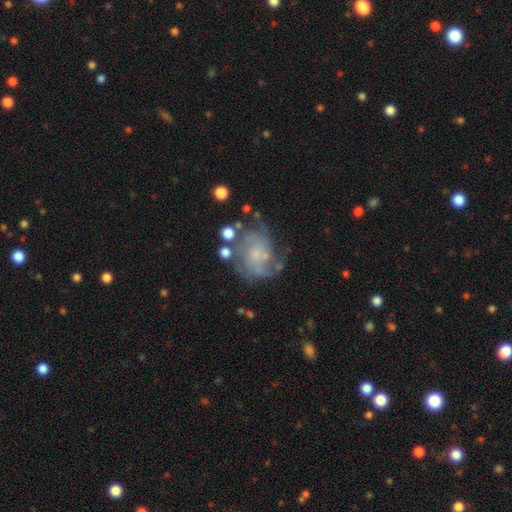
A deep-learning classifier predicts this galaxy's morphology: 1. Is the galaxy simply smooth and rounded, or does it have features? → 73% featured or disk, 17% smooth, 10% star or artifact.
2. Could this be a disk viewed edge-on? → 98% no, 2% yes.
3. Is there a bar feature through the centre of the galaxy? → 73% no, 24% weak, 4% strong.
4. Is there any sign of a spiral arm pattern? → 85% yes, 15% no.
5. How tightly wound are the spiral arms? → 42% medium, 39% tight, 19% loose.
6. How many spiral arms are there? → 39% can't tell, 22% 2, 19% 3, 8% 4, 6% 1, 6% more than 4.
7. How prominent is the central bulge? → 59% small, 19% moderate, 18% none, 2% large, 1% dominant.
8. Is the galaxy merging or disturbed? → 55% none, 21% minor disturbance, 19% major disturbance, 6% merger.